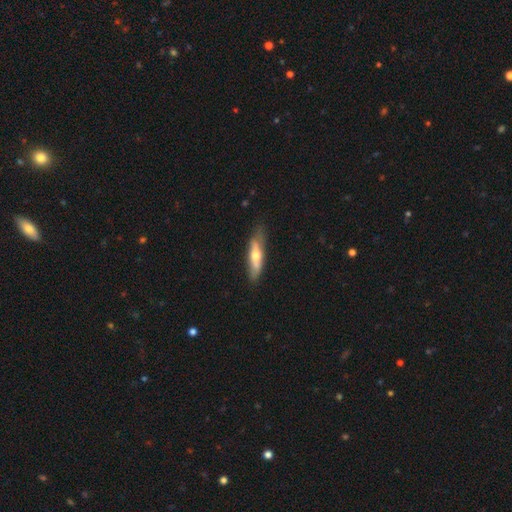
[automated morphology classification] A featured or disk galaxy (48%).

Vote fractions:
- Smooth or featured? featured or disk: 48% / smooth: 47% / star or artifact: 5%
- Merging? none: 71% / minor disturbance: 22% / major disturbance: 5% / merger: 2%